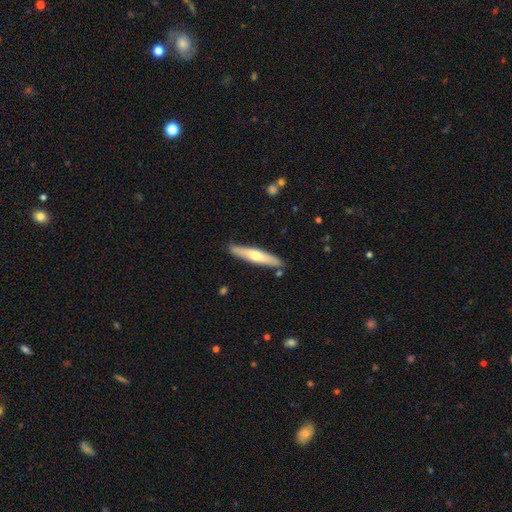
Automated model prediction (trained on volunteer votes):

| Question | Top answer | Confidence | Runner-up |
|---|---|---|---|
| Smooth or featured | smooth | 51% | featured or disk (44%) |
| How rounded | cigar-shaped | 89% | in between (10%) |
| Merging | none | 85% | minor disturbance (10%) |